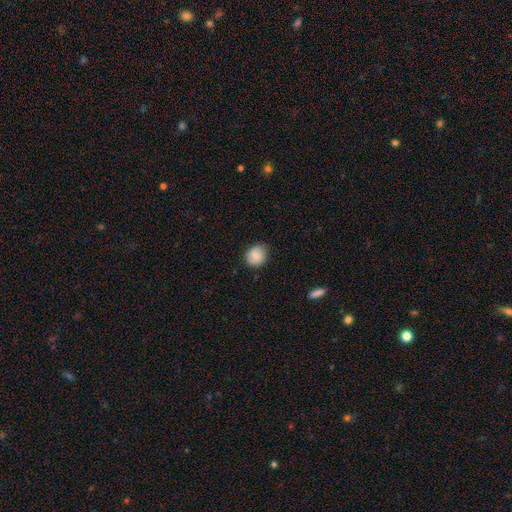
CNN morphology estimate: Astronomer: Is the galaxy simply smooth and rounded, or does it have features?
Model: smooth — 82%.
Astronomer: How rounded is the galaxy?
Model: round — 73%.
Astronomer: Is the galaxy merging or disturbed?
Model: none — 78%.